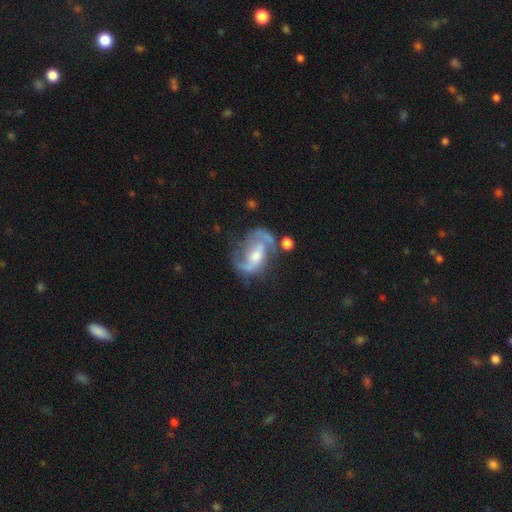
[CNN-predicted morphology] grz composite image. It shows a featured or disk galaxy (84%) with a weak bar (44%), 2 (83%) medium (48%) spiral arms (93%) and a moderate central bulge (55%). Merging: none (54%).